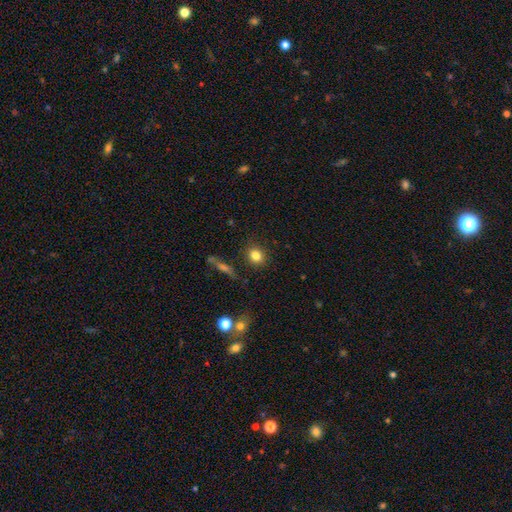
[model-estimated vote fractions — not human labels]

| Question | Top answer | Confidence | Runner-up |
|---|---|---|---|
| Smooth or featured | smooth | 82% | star or artifact (10%) |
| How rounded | round | 74% | in between (25%) |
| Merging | none | 87% | minor disturbance (8%) |